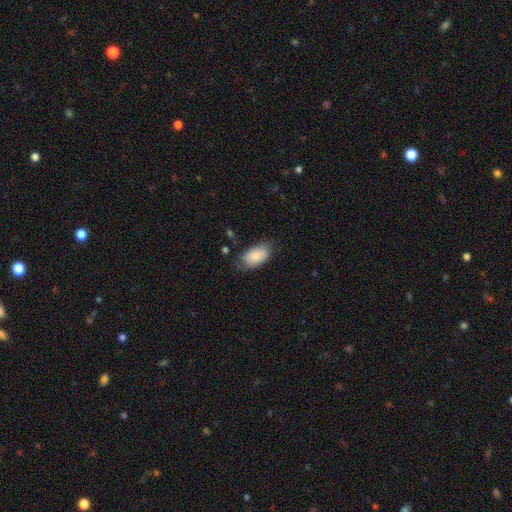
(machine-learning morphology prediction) Smooth or featured?
  - smooth: 83% *
  - featured or disk: 11%
  - star or artifact: 6%
How rounded?
  - in between: 94% *
  - round: 4%
  - cigar-shaped: 2%
Merging?
  - none: 65% *
  - minor disturbance: 27%
  - major disturbance: 7%
  - merger: 2%